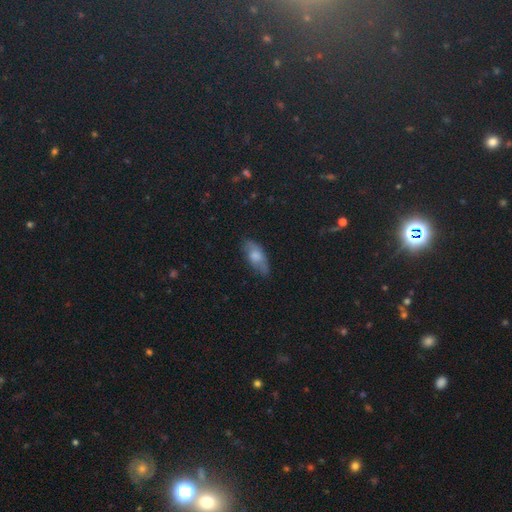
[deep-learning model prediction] Smooth or featured? Predicted: smooth (p=0.67). How rounded? Predicted: in between (p=0.81). Merging? Predicted: none (p=0.73).